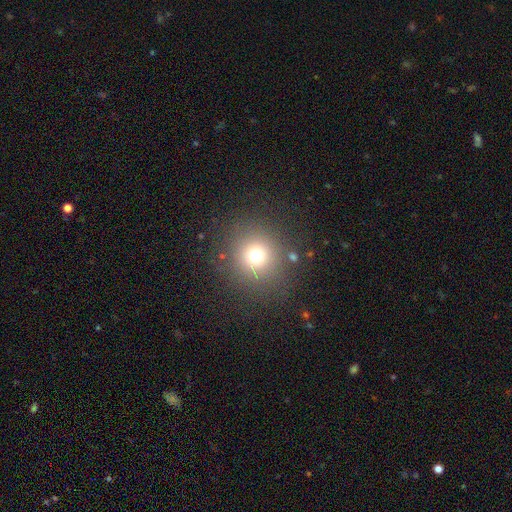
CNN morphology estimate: A smooth galaxy with no disk features (70%) that is round (93%). Merging: none (85%).